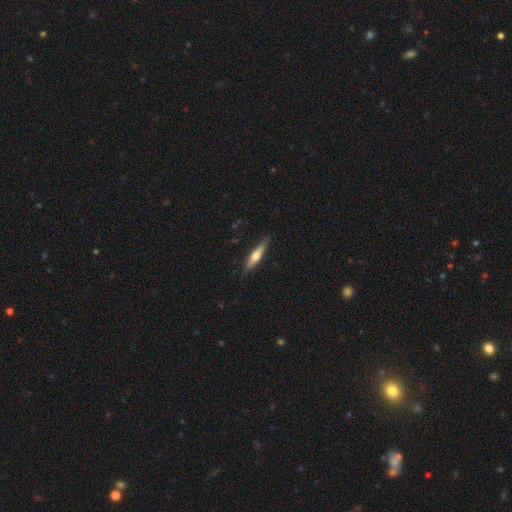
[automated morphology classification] smooth-or-featured: smooth: 55% | featured or disk: 40% | star or artifact: 5%
  how-rounded: cigar-shaped: 81% | in between: 17% | round: 2%
  merging: none: 86% | minor disturbance: 11% | major disturbance: 2% | merger: 1%